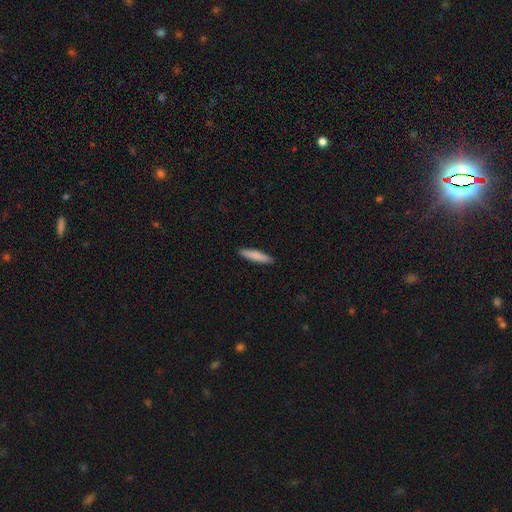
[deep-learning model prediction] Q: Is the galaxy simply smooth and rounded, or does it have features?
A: smooth — 85%.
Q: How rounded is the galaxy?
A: cigar-shaped — 88%.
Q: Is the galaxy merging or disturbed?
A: none — 91%.